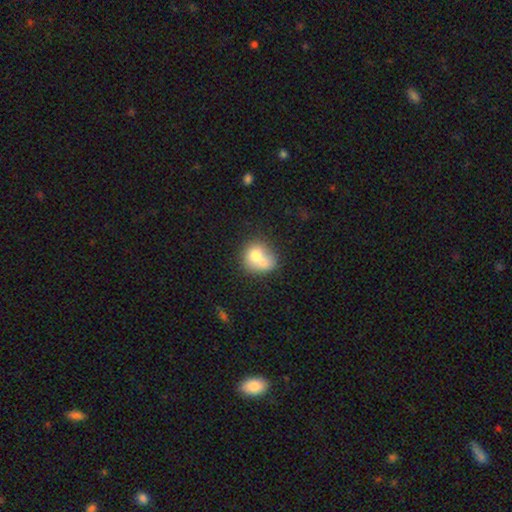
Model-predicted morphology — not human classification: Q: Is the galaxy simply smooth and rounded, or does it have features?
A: smooth — 69%.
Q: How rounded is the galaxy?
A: round — 74%.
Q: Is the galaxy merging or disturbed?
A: merger — 58%.